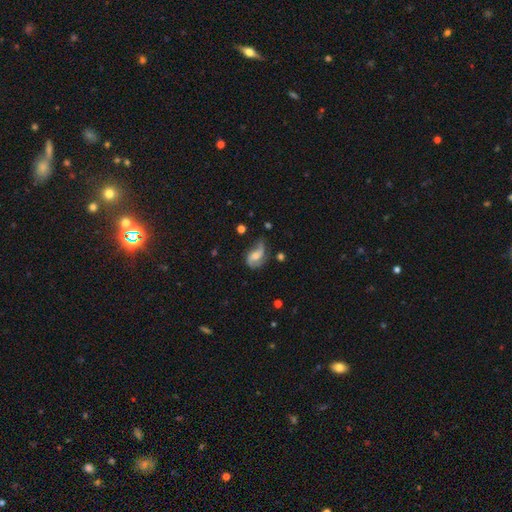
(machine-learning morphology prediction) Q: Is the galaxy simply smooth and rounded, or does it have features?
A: featured or disk — 72%.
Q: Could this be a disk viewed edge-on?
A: no — 97%.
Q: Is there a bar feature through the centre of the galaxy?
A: no — 46%.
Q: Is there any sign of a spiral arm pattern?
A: yes — 92%.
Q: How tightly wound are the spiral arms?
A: loose — 61%.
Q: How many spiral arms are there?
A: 2 — 81%.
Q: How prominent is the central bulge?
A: moderate — 49%.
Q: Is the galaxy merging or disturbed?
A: none — 49%.